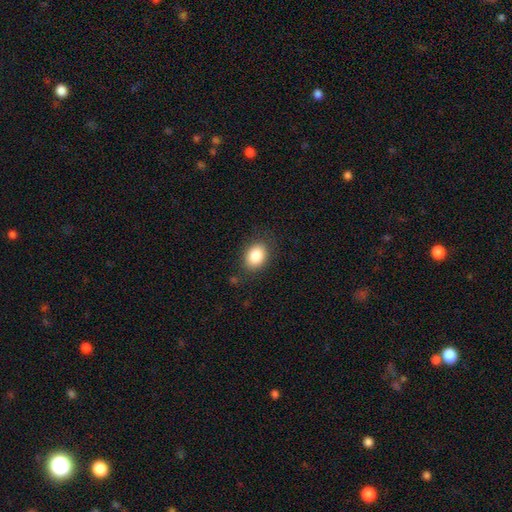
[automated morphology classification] Q: Smooth or featured?
A: smooth (86%); runner-up: star or artifact (8%)
Q: How rounded?
A: in between (69%); runner-up: round (30%)
Q: Merging?
A: none (83%); runner-up: minor disturbance (12%)